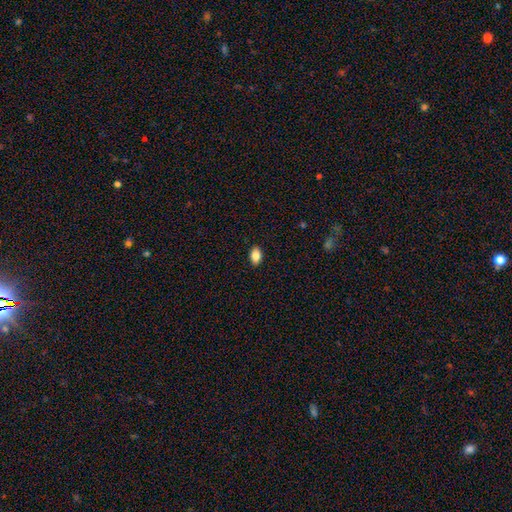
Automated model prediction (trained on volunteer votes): A smooth galaxy with no disk features (86%) that is in between round and cigar-shaped (89%). Merging: none (89%).